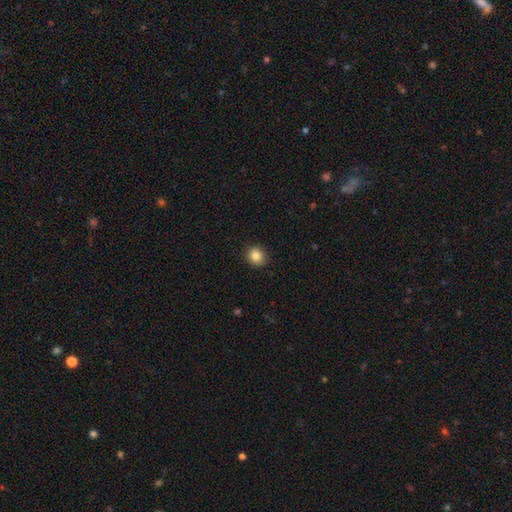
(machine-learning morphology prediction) The model was most divided on "how rounded": round: 83%, in between: 16%, cigar-shaped: 1%. More confident: merging — none (88%); smooth or featured — smooth (85%).